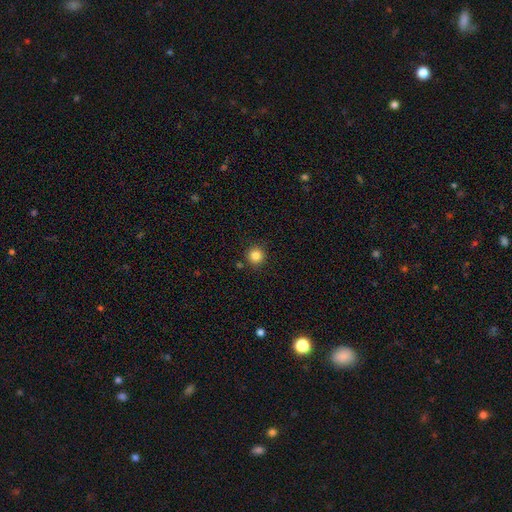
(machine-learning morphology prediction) smooth 84%, star or artifact 11%, featured or disk 5%. Down the decision tree: how rounded — round (95%); merging — none (89%).